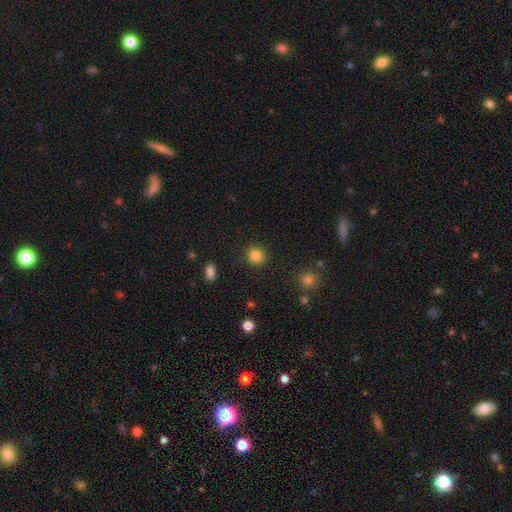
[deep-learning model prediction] Smooth or featured? Predicted: smooth (p=0.84). How rounded? Predicted: round (p=0.91). Merging? Predicted: none (p=0.90).